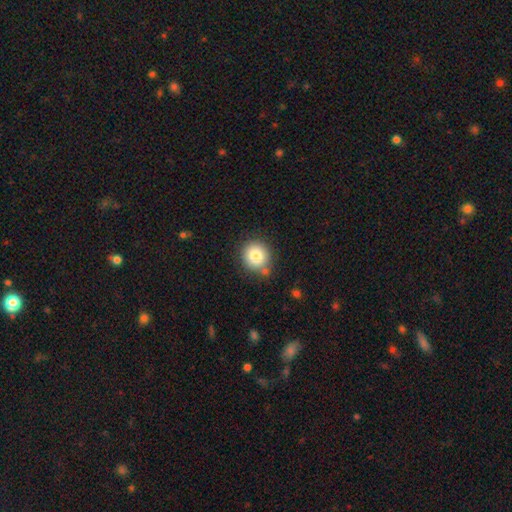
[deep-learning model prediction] This appears to be a smooth galaxy with no disk features (82%) that is round (91%). Merging: none (80%).